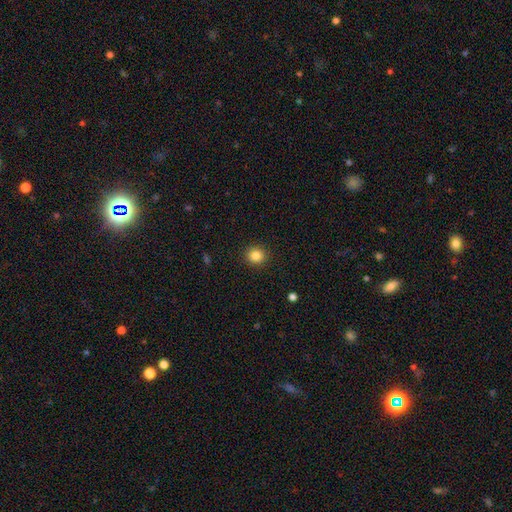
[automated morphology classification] The model was most divided on "smooth or featured": smooth: 84%, star or artifact: 11%, featured or disk: 5%. More confident: merging — none (92%); how rounded — round (90%).